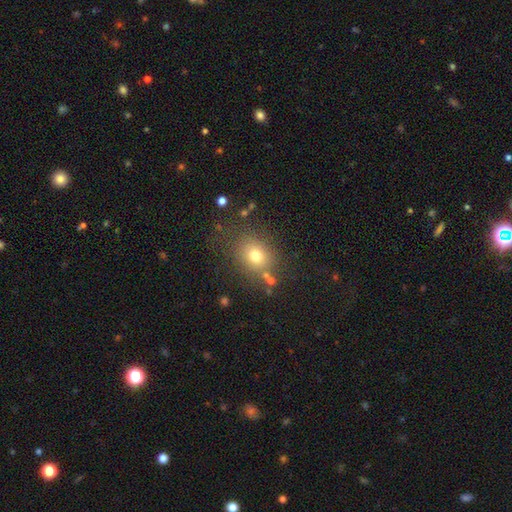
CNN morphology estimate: This appears to be a smooth galaxy with no disk features (73%) that is round (60%). Merging: none (75%).